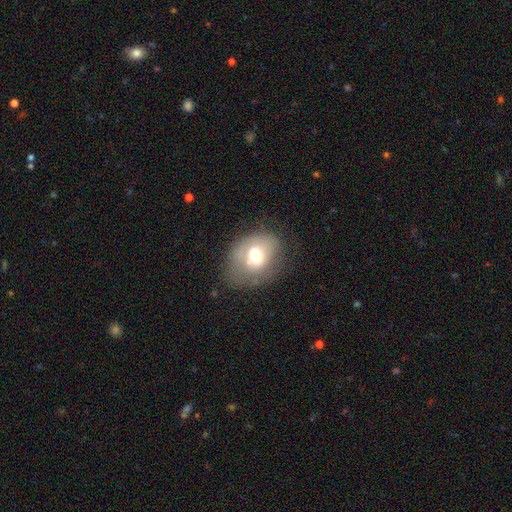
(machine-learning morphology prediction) A smooth galaxy with no disk features (61%) that is in between round and cigar-shaped (56%). Merging: none (48%).